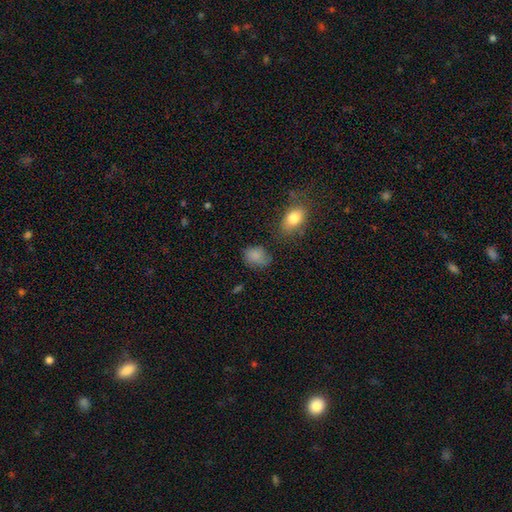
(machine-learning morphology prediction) smooth 84%, star or artifact 9%, featured or disk 6%. Down the decision tree: how rounded — in between (61%); merging — none (62%).